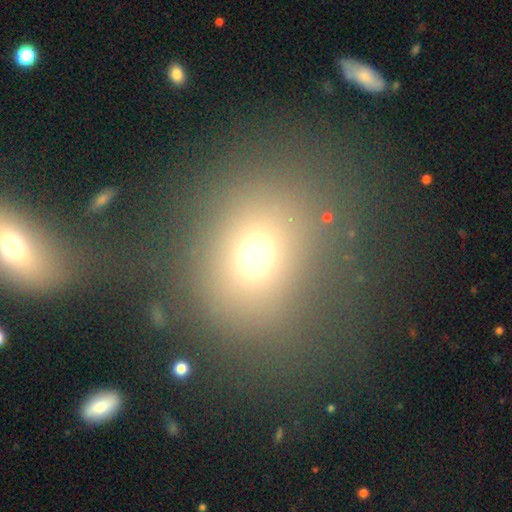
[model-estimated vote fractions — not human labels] Smooth or featured? Predicted: smooth (p=0.71). How rounded? Predicted: round (p=0.58). Merging? Predicted: none (p=0.77).